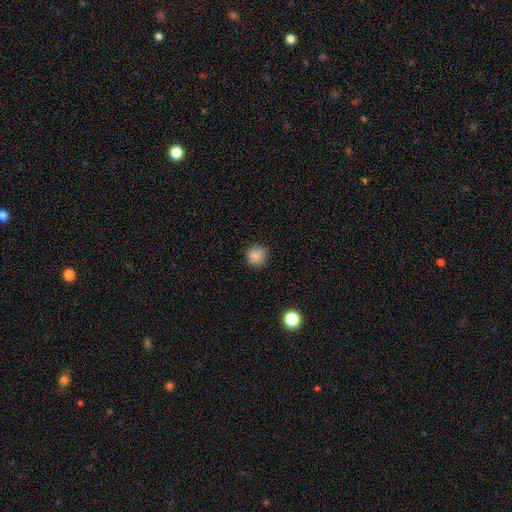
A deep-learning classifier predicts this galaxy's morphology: Q: Smooth or featured?
A: smooth (87%); runner-up: star or artifact (10%)
Q: How rounded?
A: round (94%); runner-up: in between (5%)
Q: Merging?
A: none (88%); runner-up: minor disturbance (9%)